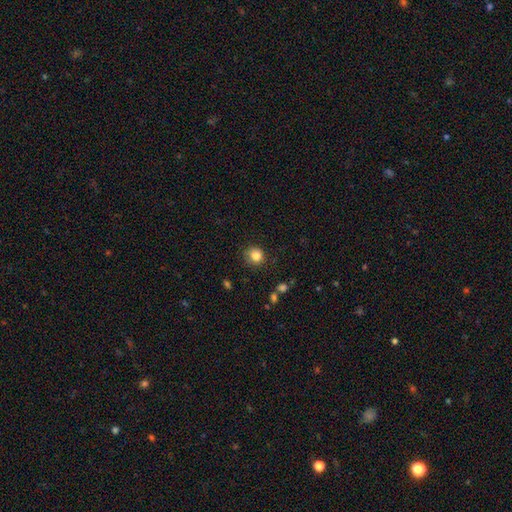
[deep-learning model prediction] Smooth or featured?
  - smooth: 84% *
  - star or artifact: 11%
  - featured or disk: 6%
How rounded?
  - round: 84% *
  - in between: 15%
  - cigar-shaped: 1%
Merging?
  - none: 78% *
  - minor disturbance: 16%
  - major disturbance: 4%
  - merger: 2%